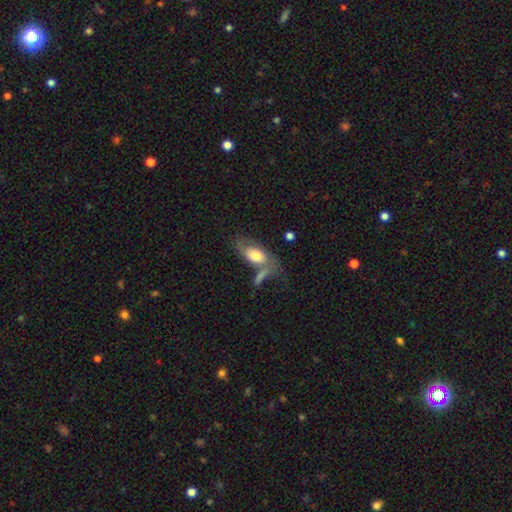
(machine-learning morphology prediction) Smooth or featured? Predicted: smooth (p=0.65). How rounded? Predicted: in between (p=0.89). Merging? Predicted: none (p=0.37).